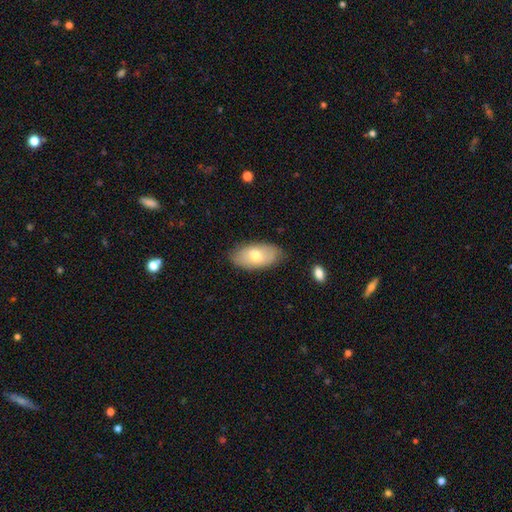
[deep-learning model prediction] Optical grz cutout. It shows a smooth galaxy with no disk features (66%) that is in between round and cigar-shaped (94%). Merging: none (80%).